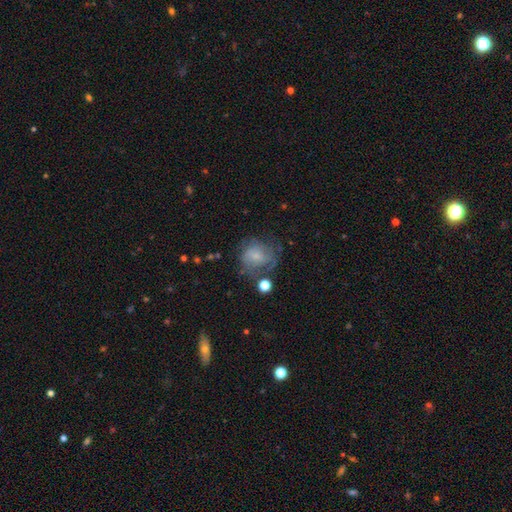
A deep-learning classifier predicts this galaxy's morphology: This is possibly a smooth galaxy (46%). Merging: possibly none (45%).